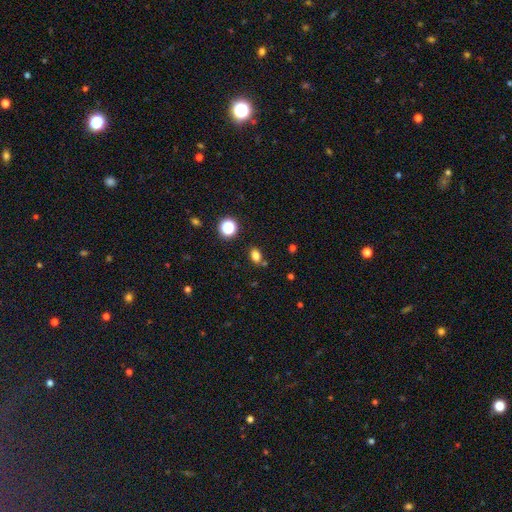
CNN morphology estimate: Overall: smooth (78%). How rounded: in between (78%). Merging: none (75%).